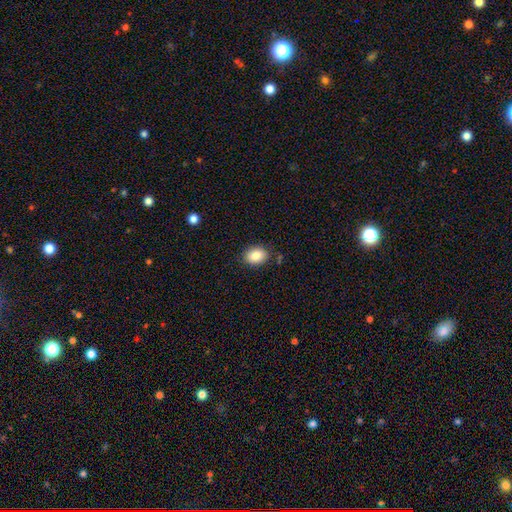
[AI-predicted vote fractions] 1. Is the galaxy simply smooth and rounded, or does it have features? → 86% smooth, 8% star or artifact, 6% featured or disk.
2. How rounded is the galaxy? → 69% in between, 30% round, 1% cigar-shaped.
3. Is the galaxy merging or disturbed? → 83% none, 11% minor disturbance, 3% major disturbance, 3% merger.